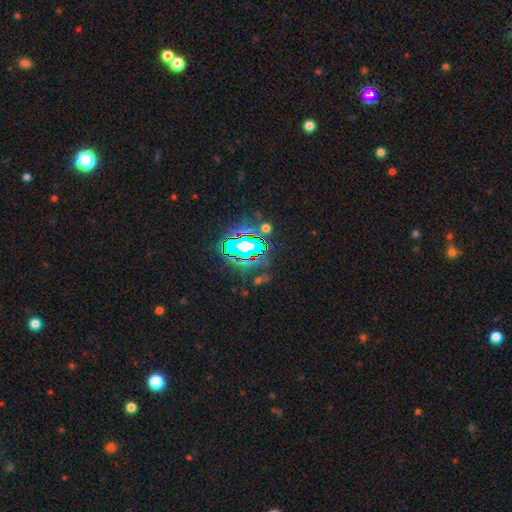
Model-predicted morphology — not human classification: Smooth or featured?
  - star or artifact: 83% *
  - smooth: 10%
  - featured or disk: 7%